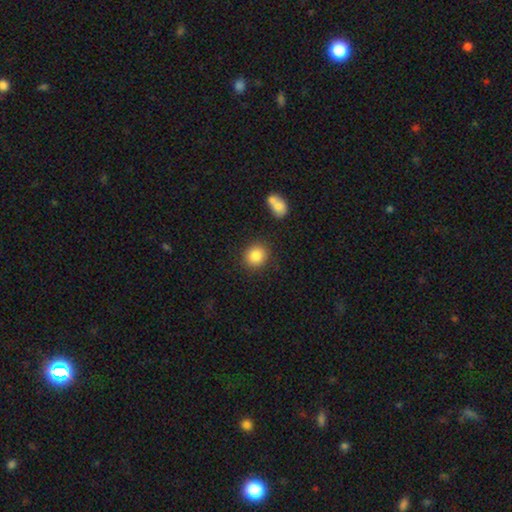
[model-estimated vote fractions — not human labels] Smooth or featured? smooth (86%)
How rounded? round (79%)
Merging? none (86%)